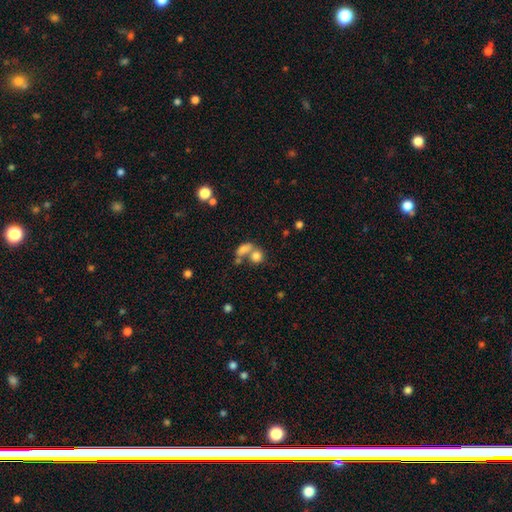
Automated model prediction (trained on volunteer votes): Q: Smooth or featured?
A: smooth (38%); runner-up: star or artifact (35%)
Q: Merging?
A: merger (43%); runner-up: none (38%)